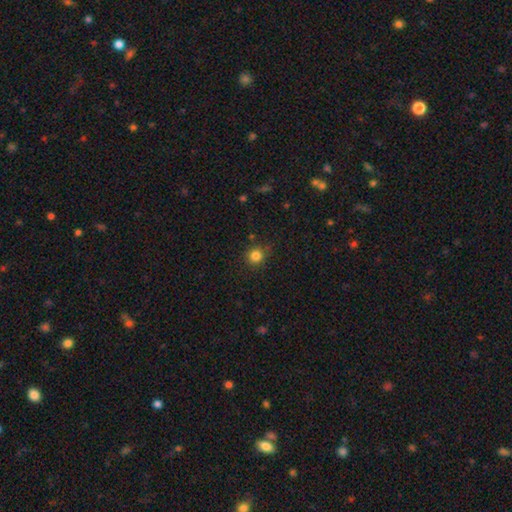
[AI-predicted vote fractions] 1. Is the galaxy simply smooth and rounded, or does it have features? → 83% smooth, 13% star or artifact, 4% featured or disk.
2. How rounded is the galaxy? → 89% round, 10% in between, 1% cigar-shaped.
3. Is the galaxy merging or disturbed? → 85% none, 10% minor disturbance, 3% major disturbance, 2% merger.